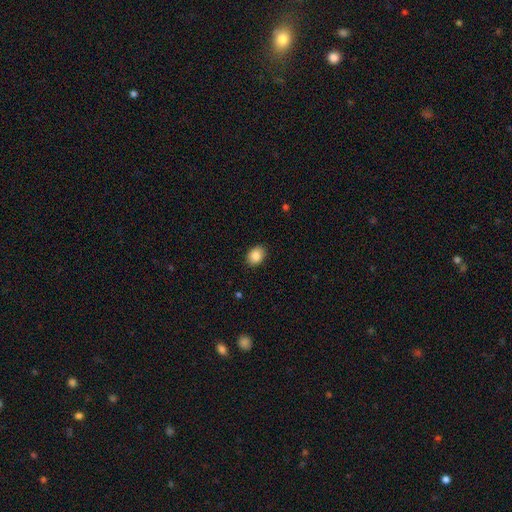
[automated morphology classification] The model was most divided on "how rounded": in between: 68%, round: 31%, cigar-shaped: 1%. More confident: merging — none (88%); smooth or featured — smooth (88%).